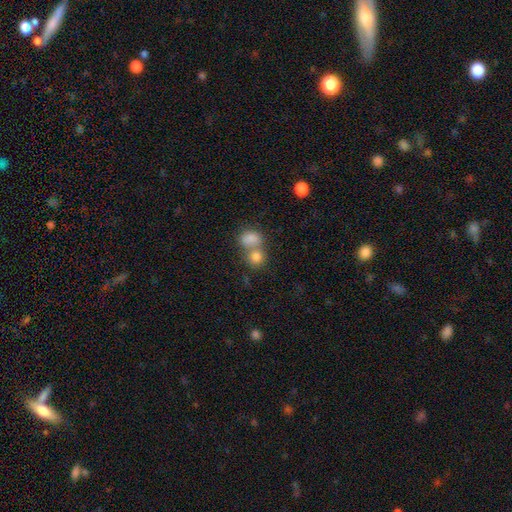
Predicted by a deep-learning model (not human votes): This is likely a smooth galaxy (79%). How rounded: likely round (66%). Merging: possibly merger (55%).